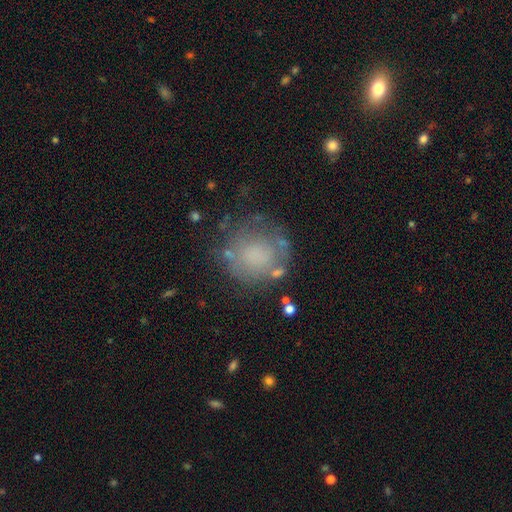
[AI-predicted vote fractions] A smooth galaxy with no disk features (57%) that is round (84%). Merging: none (62%).